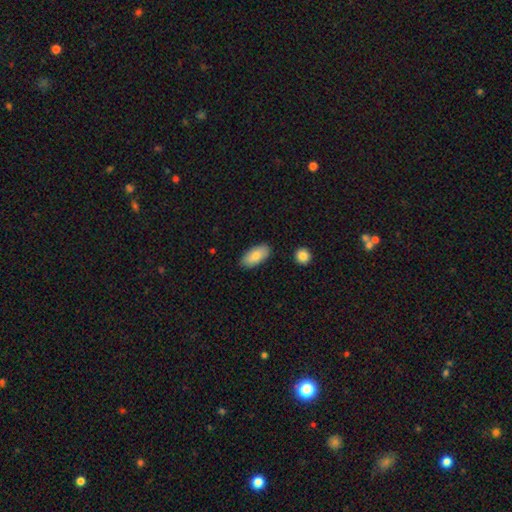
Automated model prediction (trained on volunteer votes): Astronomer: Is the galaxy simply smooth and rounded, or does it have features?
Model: smooth — 81%.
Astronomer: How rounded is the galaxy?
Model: in between — 92%.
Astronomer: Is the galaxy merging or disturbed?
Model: none — 85%.